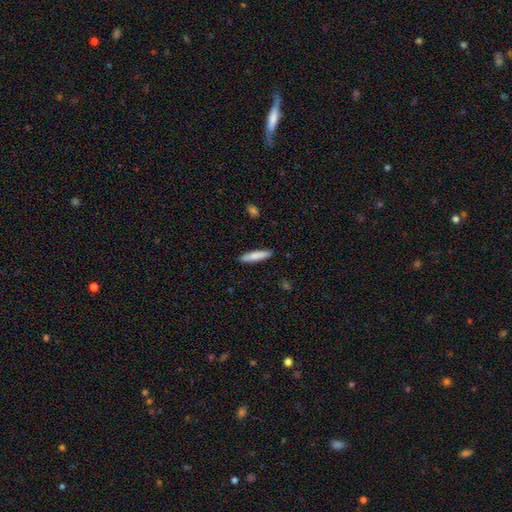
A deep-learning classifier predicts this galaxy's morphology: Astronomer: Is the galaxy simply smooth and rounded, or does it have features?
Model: smooth — 82%.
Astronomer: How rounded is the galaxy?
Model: cigar-shaped — 84%.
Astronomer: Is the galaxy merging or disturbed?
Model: none — 90%.